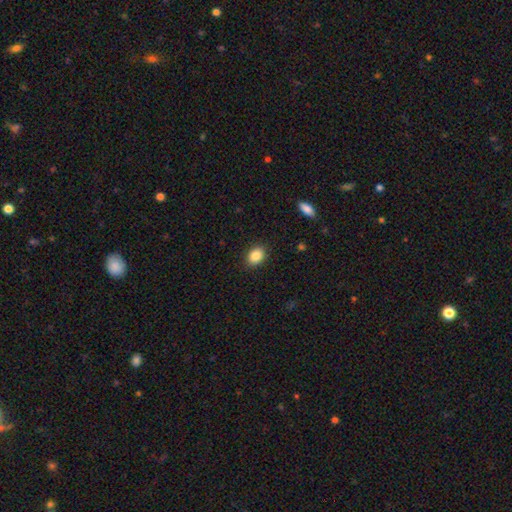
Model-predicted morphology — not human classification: A smooth galaxy with no disk features (86%) that is in between round and cigar-shaped (69%). Merging: none (89%).